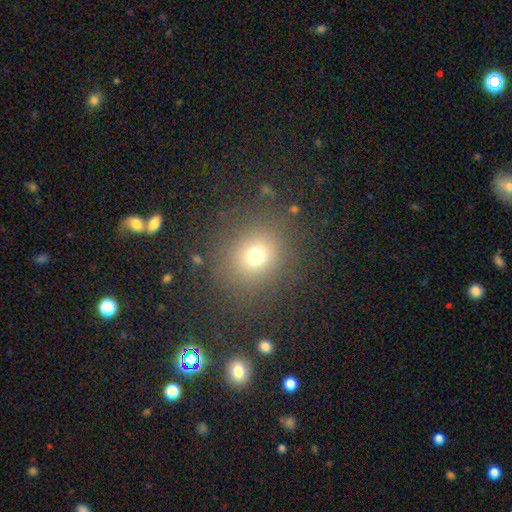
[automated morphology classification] This appears to be a smooth galaxy with no disk features (70%) that is round (81%). Merging: none (83%).